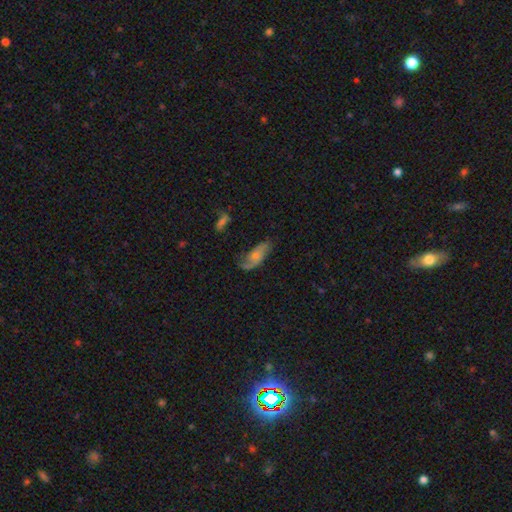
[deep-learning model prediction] Morphology: type=featured or disk (62%); edge-on=no (91%); bar=no (72%); spiral arms=yes (87%); bulge=small (57%); merging=none (60%).